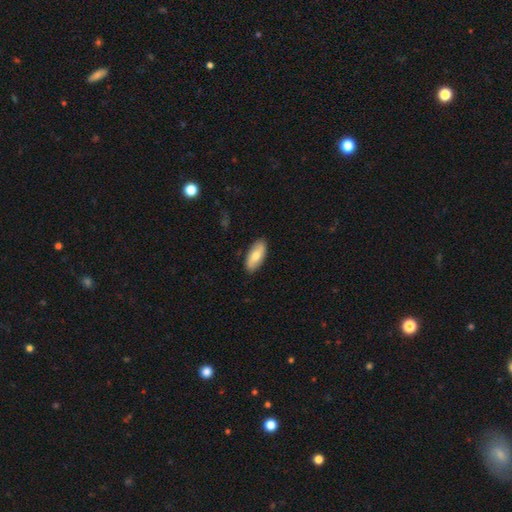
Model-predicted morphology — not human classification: Overall: smooth (68%). How rounded: in between (88%). Merging: none (88%).